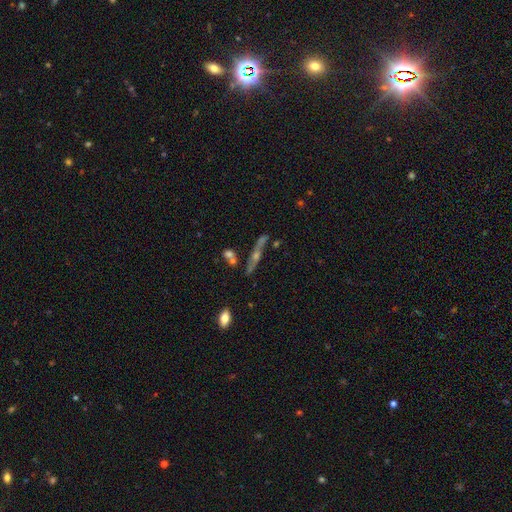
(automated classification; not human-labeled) This appears to be a featured or disk galaxy (71%) viewed edge-on (86%) with a rounded central bulge (88%). Merging: none (70%).